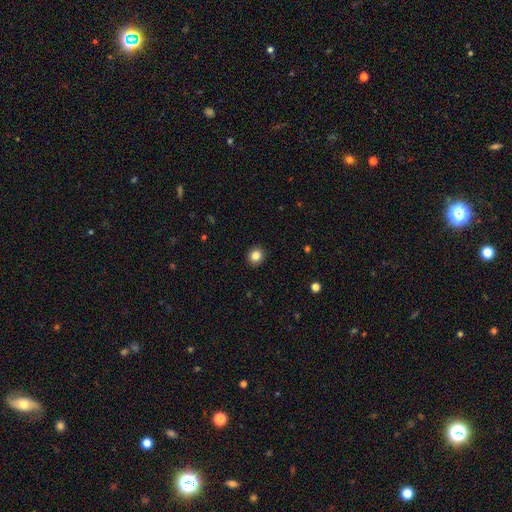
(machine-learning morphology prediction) Smooth or featured? Predicted: smooth (p=0.83). How rounded? Predicted: round (p=0.89). Merging? Predicted: none (p=0.92).